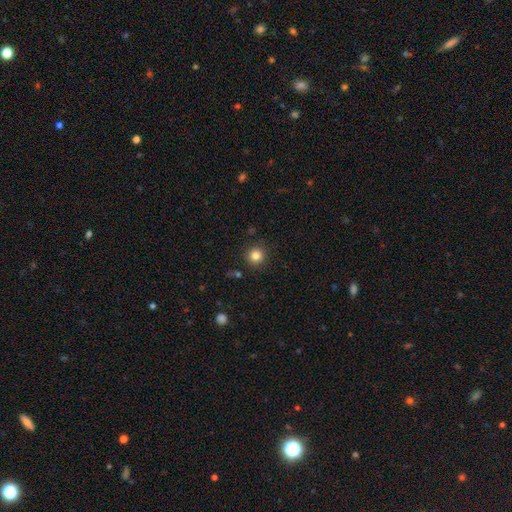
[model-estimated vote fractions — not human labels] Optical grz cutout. It shows a smooth galaxy with no disk features (83%) that is round (94%). Merging: none (90%).